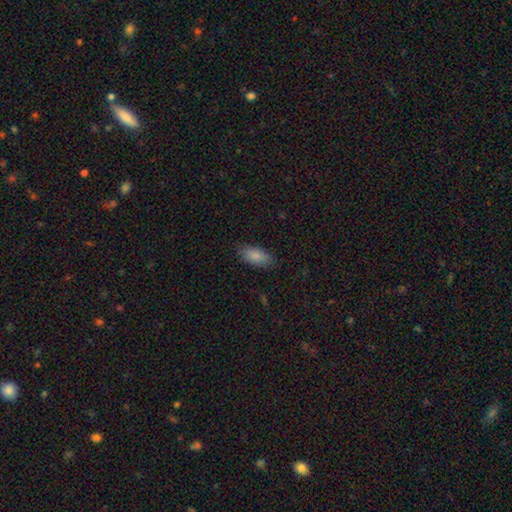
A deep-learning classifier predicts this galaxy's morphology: Smooth or featured?
  - smooth: 87% *
  - star or artifact: 7%
  - featured or disk: 6%
How rounded?
  - in between: 89% *
  - cigar-shaped: 9%
  - round: 2%
Merging?
  - none: 84% *
  - minor disturbance: 12%
  - major disturbance: 3%
  - merger: 1%